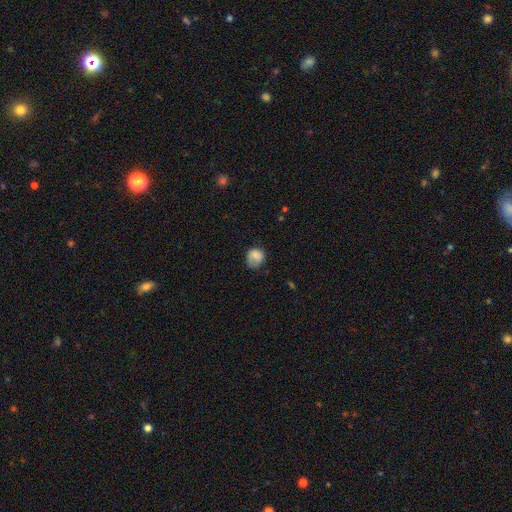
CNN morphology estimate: Smooth or featured: smooth — 81% (featured or disk — 11%)
How rounded: round — 69% (in between — 30%)
Merging: none — 53% (minor disturbance — 31%)